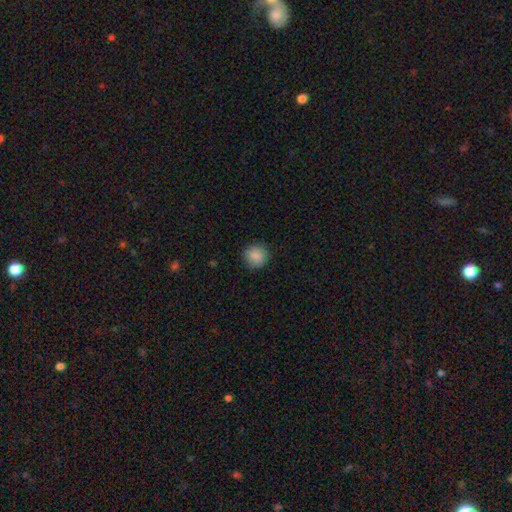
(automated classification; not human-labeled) Morphology: type=smooth (88%); roundness=round (92%); merging=none (86%).